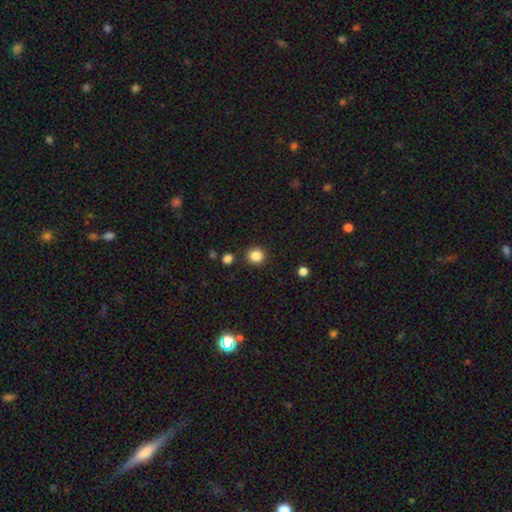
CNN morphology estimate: type=smooth (85%); roundness=round (90%); merging=none (88%).